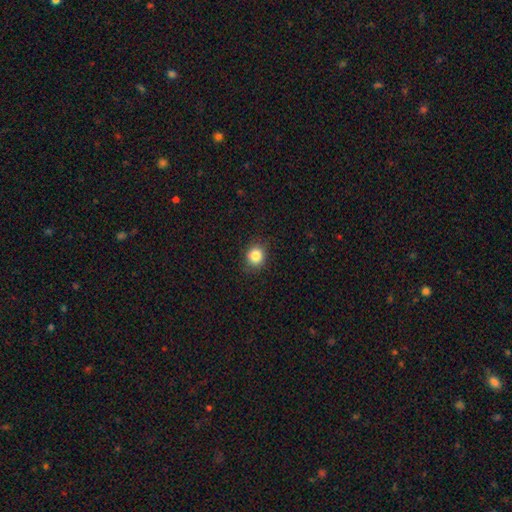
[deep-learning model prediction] Smooth or featured? Predicted: smooth (p=0.84). How rounded? Predicted: round (p=0.78). Merging? Predicted: none (p=0.85).